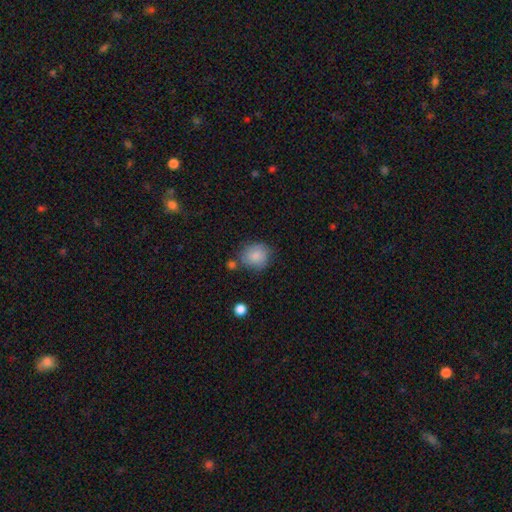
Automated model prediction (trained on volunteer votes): smooth 85%, star or artifact 8%, featured or disk 7%. Down the decision tree: how rounded — round (74%); merging — none (69%).